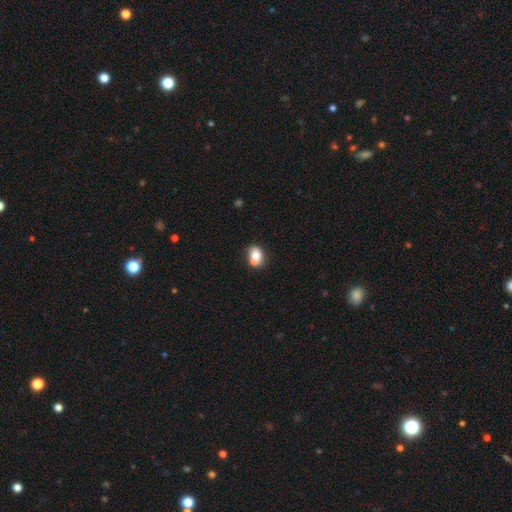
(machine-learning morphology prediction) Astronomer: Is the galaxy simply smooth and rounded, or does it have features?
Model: smooth — 72%.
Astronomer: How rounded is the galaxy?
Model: in between — 56% (runner-up: round, 43%).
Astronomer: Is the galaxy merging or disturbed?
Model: none — 47% (runner-up: merger, 33%).